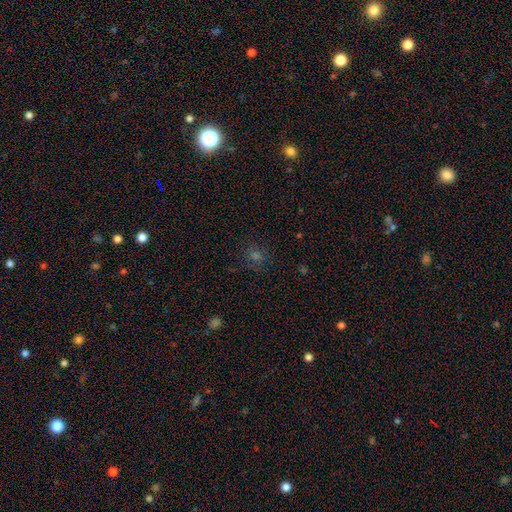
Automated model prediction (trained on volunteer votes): smooth_or_featured: smooth (p=0.50) [alt: star or artifact p=0.40]
how_rounded: round (p=0.79) [alt: in between p=0.20]
merging: none (p=0.82) [alt: minor disturbance p=0.11]